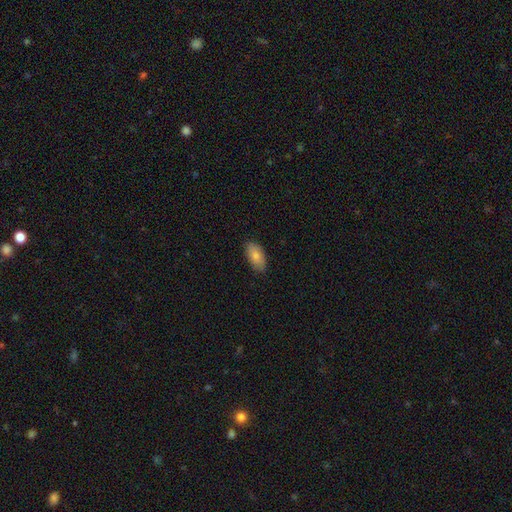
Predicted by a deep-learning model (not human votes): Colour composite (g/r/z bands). It shows a smooth galaxy with no disk features (83%) that is in between round and cigar-shaped (93%). Merging: none (85%).